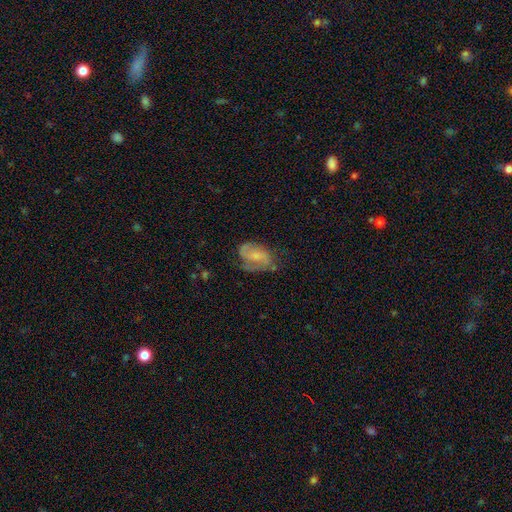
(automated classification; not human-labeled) Smooth or featured?
  - featured or disk: 66% *
  - smooth: 26%
  - star or artifact: 8%
Edge-on disk?
  - no: 97% *
  - yes: 3%
Bar?
  - no: 51% *
  - weak: 38%
  - strong: 10%
Spiral arms?
  - yes: 89% *
  - no: 11%
Spiral winding?
  - medium: 46% *
  - loose: 27%
  - tight: 27%
Spiral arm count?
  - 2: 73% *
  - can't tell: 12%
  - 1: 8%
  - 3: 4%
  - 4: 1%
  - more than 4: 1%
Bulge size?
  - small: 54% *
  - moderate: 25%
  - none: 17%
  - large: 3%
  - dominant: 1%
Merging?
  - none: 58% *
  - minor disturbance: 26%
  - major disturbance: 15%
  - merger: 2%